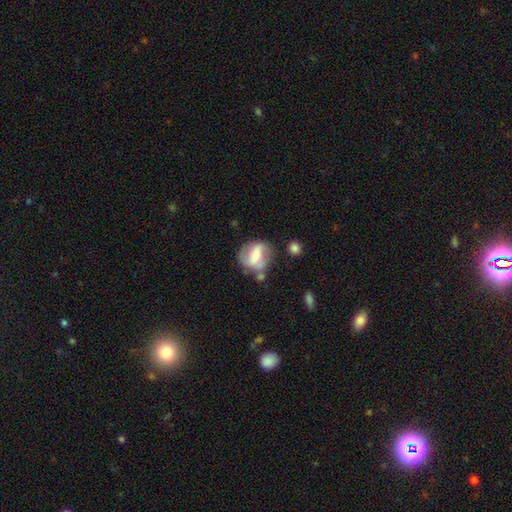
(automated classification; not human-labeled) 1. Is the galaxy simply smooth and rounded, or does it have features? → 48% smooth, 44% featured or disk, 7% star or artifact.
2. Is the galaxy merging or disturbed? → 52% none, 24% minor disturbance, 12% major disturbance, 12% merger.